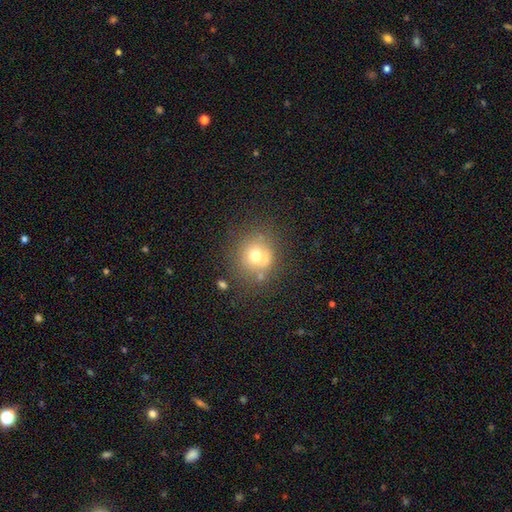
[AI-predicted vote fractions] A smooth galaxy with no disk features (65%) that is round (88%).

Vote fractions:
- Smooth or featured? smooth: 65% / featured or disk: 20% / star or artifact: 15%
- How rounded? round: 88% / in between: 11% / cigar-shaped: 1%
- Merging? none: 61% / minor disturbance: 16% / merger: 15% / major disturbance: 8%